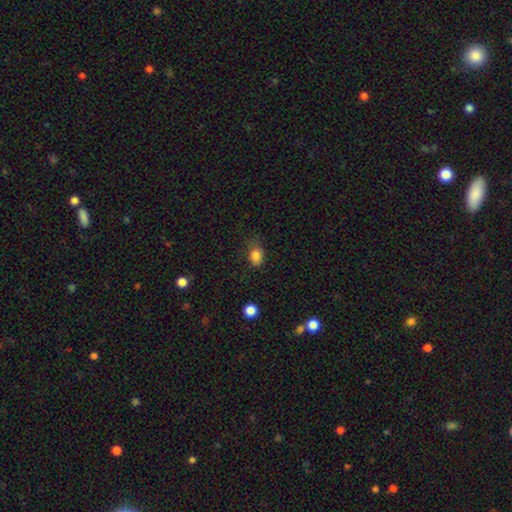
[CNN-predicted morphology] A smooth galaxy with no disk features (84%) that is in between round and cigar-shaped (71%).

Vote fractions:
- Smooth or featured? smooth: 84% / star or artifact: 11% / featured or disk: 5%
- How rounded? in between: 71% / round: 28% / cigar-shaped: 2%
- Merging? none: 59% / minor disturbance: 29% / major disturbance: 11% / merger: 2%